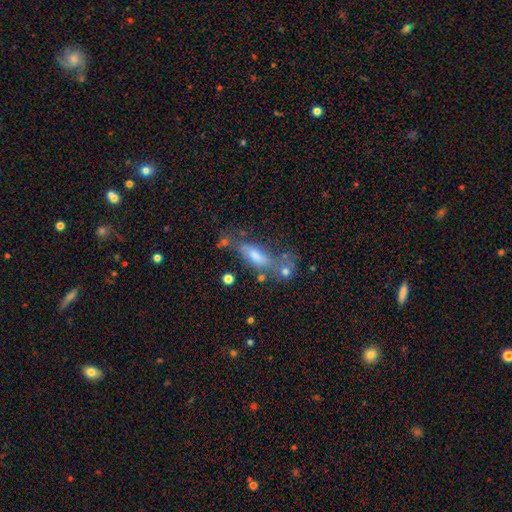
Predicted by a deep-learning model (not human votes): Morphology: type=smooth (54%); roundness=in between (54%); merging=none (42%).